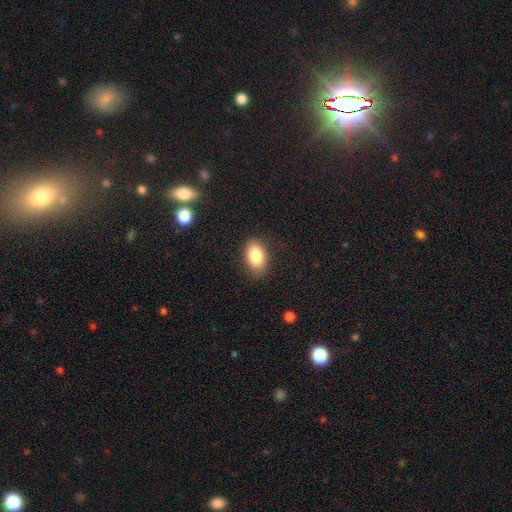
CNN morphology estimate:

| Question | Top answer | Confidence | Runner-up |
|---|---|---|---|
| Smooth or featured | smooth | 85% | star or artifact (8%) |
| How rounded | in between | 89% | round (9%) |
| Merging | none | 83% | minor disturbance (12%) |